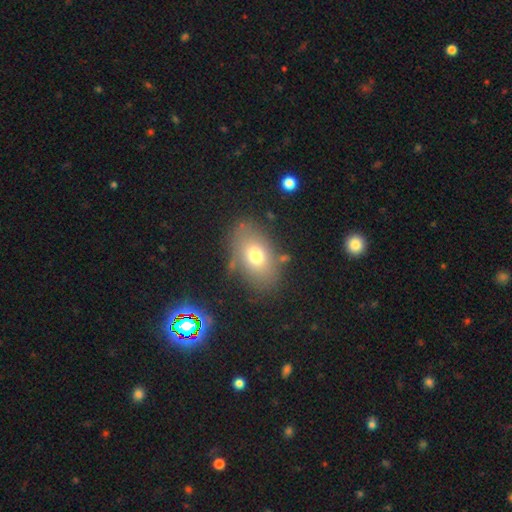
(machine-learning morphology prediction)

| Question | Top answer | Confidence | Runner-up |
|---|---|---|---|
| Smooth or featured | smooth | 70% | featured or disk (19%) |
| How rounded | in between | 84% | round (14%) |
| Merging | none | 75% | minor disturbance (14%) |